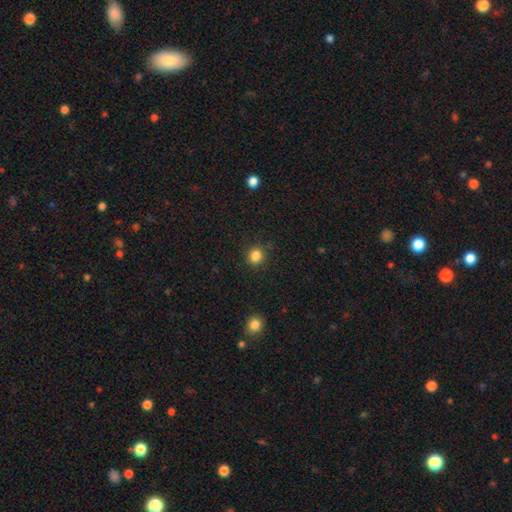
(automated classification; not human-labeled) Q: Smooth or featured?
A: smooth (85%); runner-up: star or artifact (12%)
Q: How rounded?
A: round (86%); runner-up: in between (13%)
Q: Merging?
A: none (89%); runner-up: minor disturbance (7%)